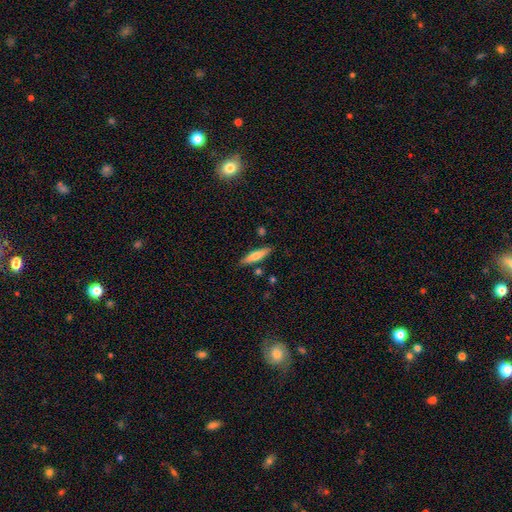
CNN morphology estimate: smooth-or-featured: smooth: 66% | featured or disk: 28% | star or artifact: 6%
  how-rounded: cigar-shaped: 80% | in between: 19% | round: 2%
  merging: none: 83% | minor disturbance: 11% | merger: 4% | major disturbance: 2%